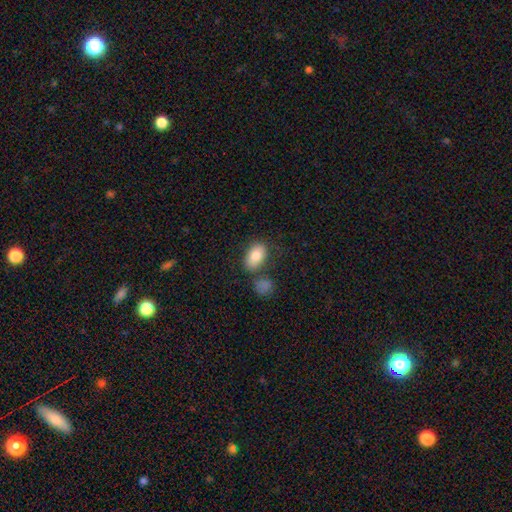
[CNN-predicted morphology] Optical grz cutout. It shows a smooth galaxy with no disk features (83%) that is in between round and cigar-shaped (89%). Merging: none (68%).